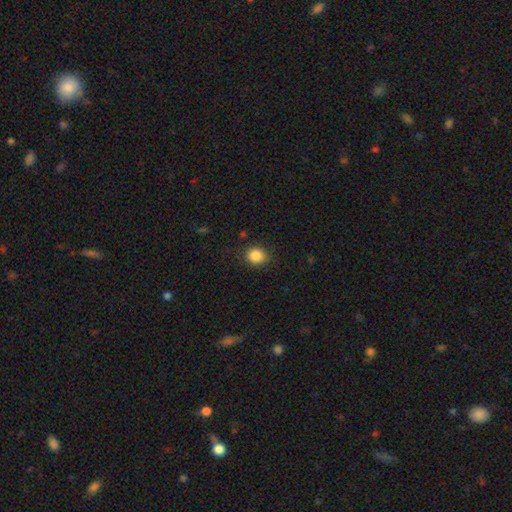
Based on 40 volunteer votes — A smooth galaxy with no disk features (88%) that is round (69%). Merging: none (92%).